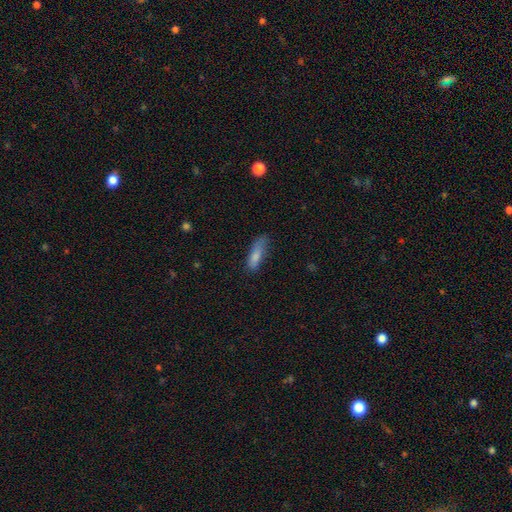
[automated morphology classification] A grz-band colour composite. It shows a smooth galaxy with no disk features (82%) that is in between round and cigar-shaped (54%). Merging: none (52%).